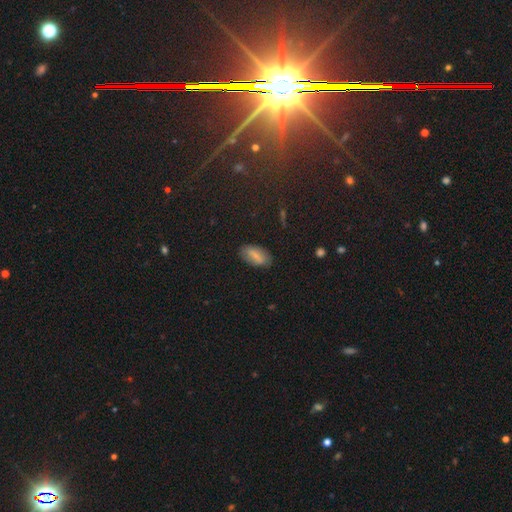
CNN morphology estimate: Smooth or featured? Predicted: smooth (p=0.75). How rounded? Predicted: in between (p=0.92). Merging? Predicted: none (p=0.81).